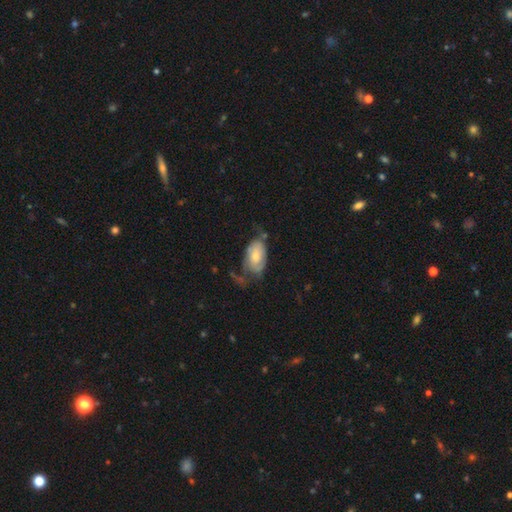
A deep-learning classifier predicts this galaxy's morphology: Smooth or featured: smooth — 55% (featured or disk — 38%)
How rounded: in between — 92% (round — 6%)
Merging: none — 35% (minor disturbance — 33%)